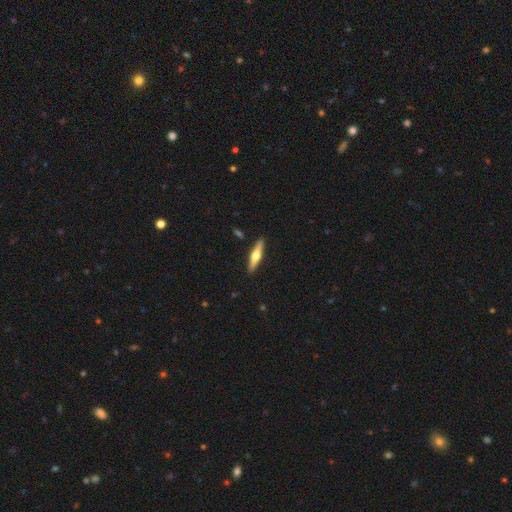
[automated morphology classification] A featured or disk galaxy (57%) viewed edge-on (96%) with a rounded central bulge (93%).

Vote fractions:
- Smooth or featured? featured or disk: 57% / smooth: 38% / star or artifact: 5%
- Edge-on disk? yes: 96% / no: 4%
- Edge-on bulge? rounded: 93% / boxy: 4% / none: 3%
- Merging? none: 90% / minor disturbance: 7% / major disturbance: 1% / merger: 1%